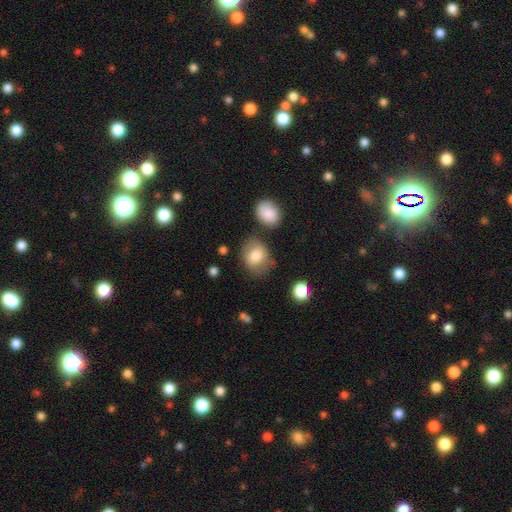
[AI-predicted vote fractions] The model was most divided on "how rounded": round: 51%, in between: 48%, cigar-shaped: 1%. More confident: smooth or featured — smooth (77%); merging — none (69%).